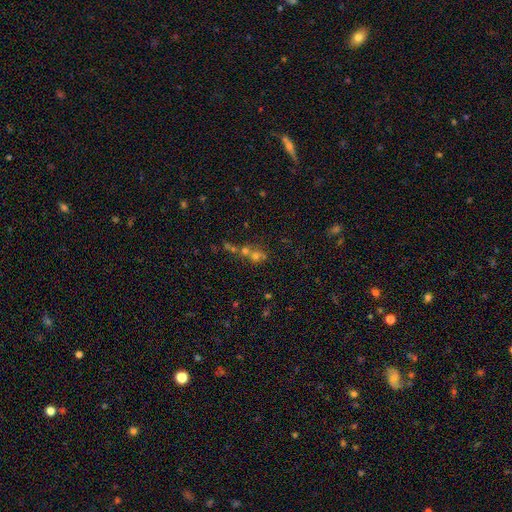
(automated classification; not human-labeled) smooth_or_featured: smooth (p=0.51) [alt: star or artifact p=0.29]
how_rounded: round (p=0.80) [alt: in between p=0.19]
merging: merger (p=0.51) [alt: none p=0.38]